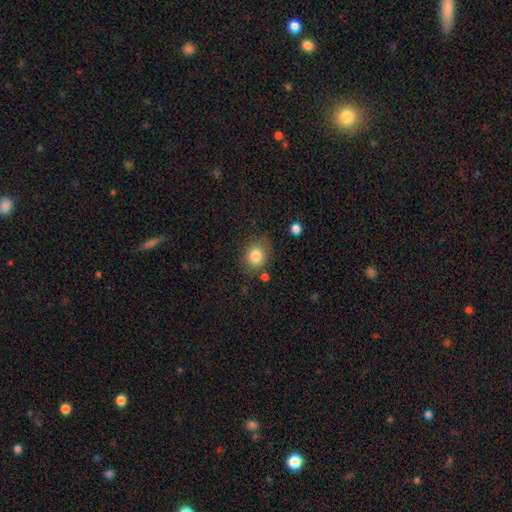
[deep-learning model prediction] Smooth or featured?
  - smooth: 83% *
  - star or artifact: 10%
  - featured or disk: 7%
How rounded?
  - round: 63% *
  - in between: 36%
  - cigar-shaped: 1%
Merging?
  - none: 72% *
  - minor disturbance: 18%
  - major disturbance: 5%
  - merger: 5%